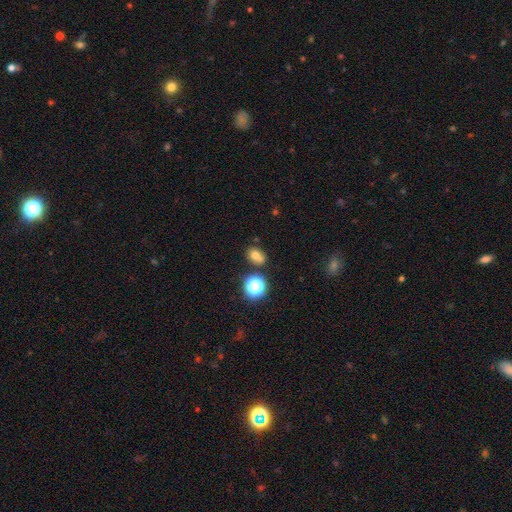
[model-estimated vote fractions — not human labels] Overall: smooth (71%). How rounded: in between (61%; round 38%). Merging: none (67%).